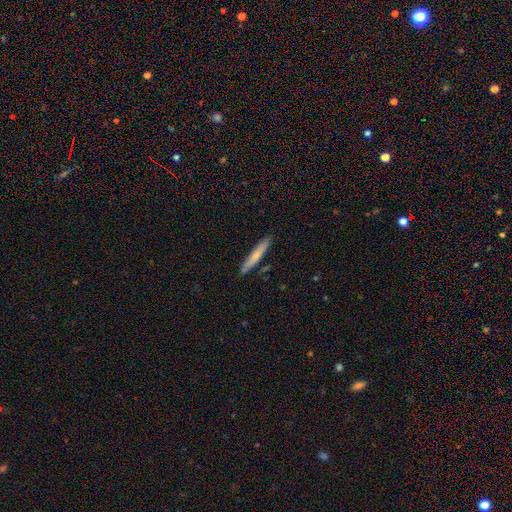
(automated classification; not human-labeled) Overall: smooth (66%; featured or disk 28%). How rounded: cigar-shaped (94%). Merging: none (87%).